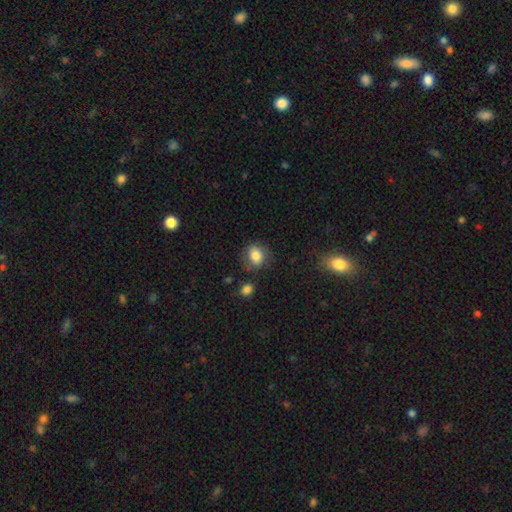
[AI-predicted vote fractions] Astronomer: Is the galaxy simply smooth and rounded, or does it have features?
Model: smooth — 81%.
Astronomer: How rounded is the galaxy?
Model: round — 51% (runner-up: in between, 48%).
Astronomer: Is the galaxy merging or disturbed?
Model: none — 74%.